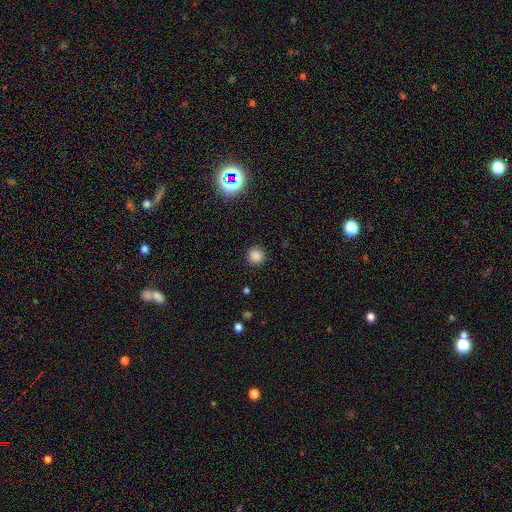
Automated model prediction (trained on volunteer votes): Overall: smooth (84%). How rounded: round (95%). Merging: none (91%).